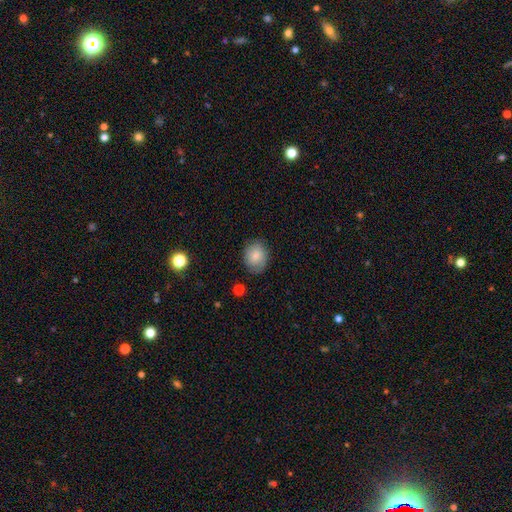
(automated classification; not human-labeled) This is likely a smooth galaxy (79%). How rounded: possibly round (54%). Merging: likely none (80%).